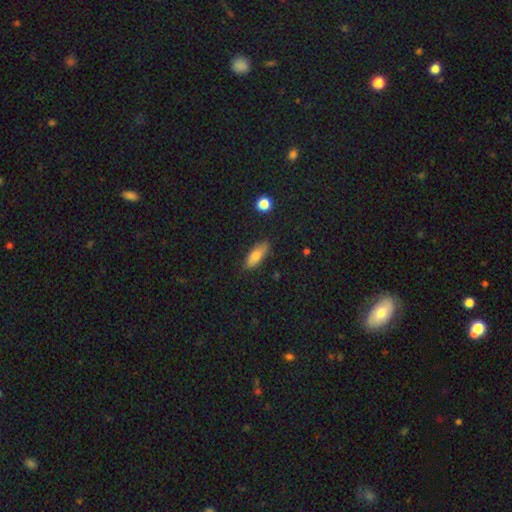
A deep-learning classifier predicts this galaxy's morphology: Smooth or featured? Predicted: smooth (p=0.76). How rounded? Predicted: in between (p=0.68). Merging? Predicted: none (p=0.82).